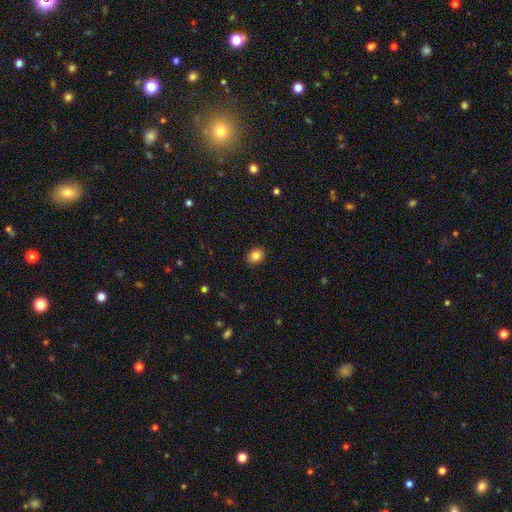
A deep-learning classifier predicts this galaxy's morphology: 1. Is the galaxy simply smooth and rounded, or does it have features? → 85% smooth, 10% star or artifact, 5% featured or disk.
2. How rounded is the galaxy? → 62% round, 37% in between, 1% cigar-shaped.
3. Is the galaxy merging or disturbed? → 90% none, 7% minor disturbance, 2% major disturbance, 1% merger.